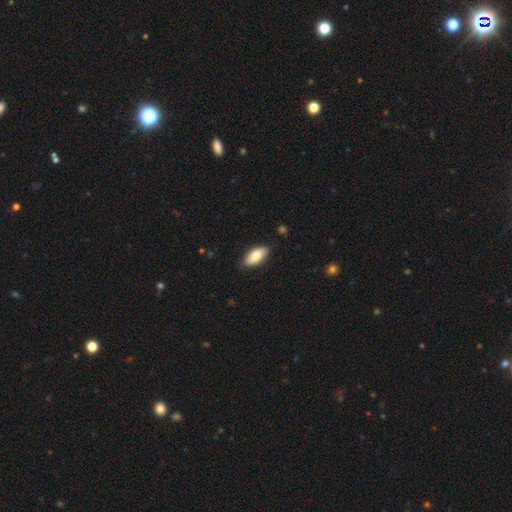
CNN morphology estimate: Overall: smooth (77%). How rounded: in between (90%). Merging: none (85%).